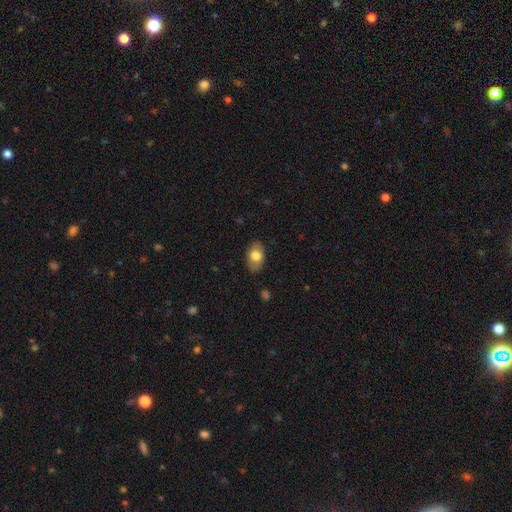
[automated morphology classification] Overall: smooth (74%). How rounded: in between (89%). Merging: none (83%).